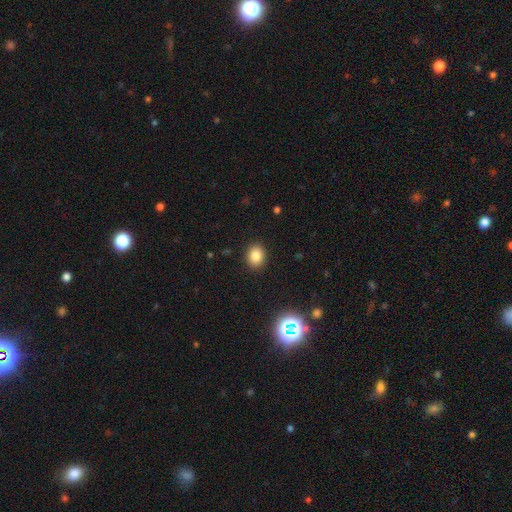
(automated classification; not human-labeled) smooth 82%, star or artifact 12%, featured or disk 6%. Down the decision tree: how rounded — in between (51%); merging — none (90%).